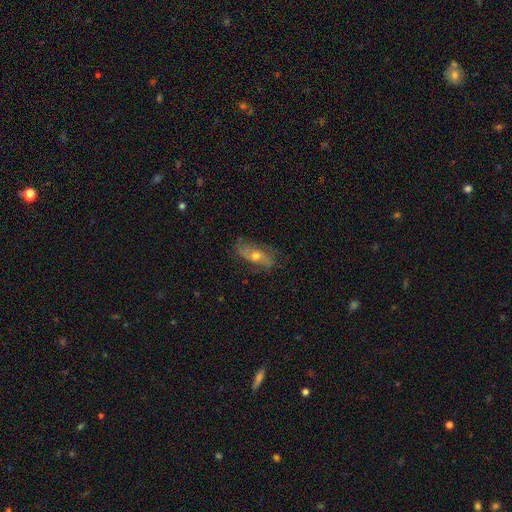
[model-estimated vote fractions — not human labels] A featured or disk galaxy (58%).

Vote fractions:
- Smooth or featured? featured or disk: 58% / smooth: 32% / star or artifact: 9%
- Edge-on disk? no: 81% / yes: 19%
- Merging? none: 72% / minor disturbance: 20% / major disturbance: 7% / merger: 1%